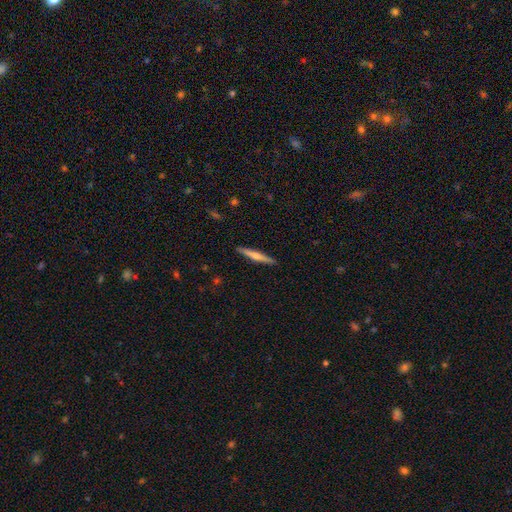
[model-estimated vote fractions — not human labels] smooth-or-featured: featured or disk: 49% | smooth: 45% | star or artifact: 6%
  merging: none: 91% | minor disturbance: 6% | major disturbance: 1% | merger: 1%